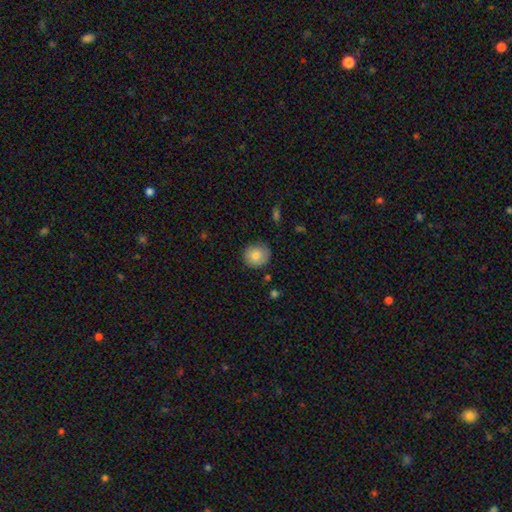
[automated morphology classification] Smooth or featured?
  - smooth: 82% *
  - featured or disk: 11%
  - star or artifact: 7%
How rounded?
  - round: 85% *
  - in between: 14%
  - cigar-shaped: 1%
Merging?
  - none: 80% *
  - minor disturbance: 15%
  - major disturbance: 3%
  - merger: 1%